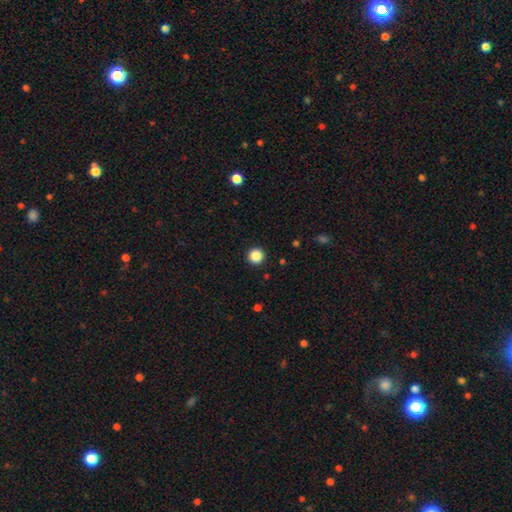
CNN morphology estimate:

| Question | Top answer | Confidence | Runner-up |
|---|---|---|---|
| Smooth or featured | smooth | 86% | star or artifact (11%) |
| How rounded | round | 96% | in between (3%) |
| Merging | none | 93% | minor disturbance (4%) |